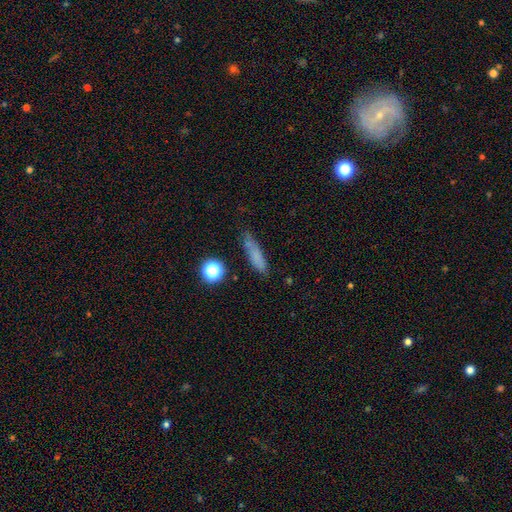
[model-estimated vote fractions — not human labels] This appears to be a smooth galaxy with no disk features (70%) that is cigar-shaped (70%). Merging: none (70%).